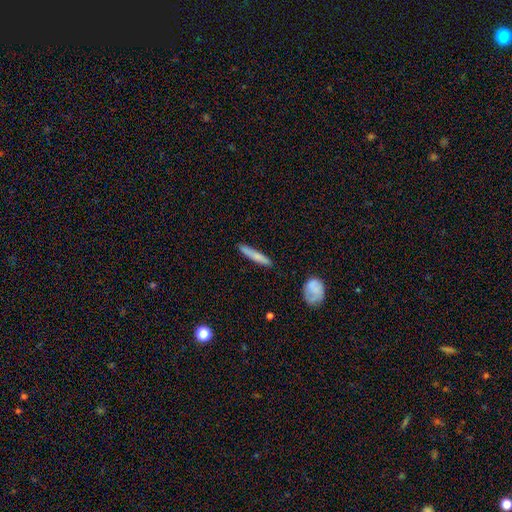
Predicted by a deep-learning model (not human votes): Q: Smooth or featured?
A: smooth (73%); runner-up: featured or disk (21%)
Q: How rounded?
A: cigar-shaped (92%); runner-up: in between (6%)
Q: Merging?
A: none (87%); runner-up: minor disturbance (10%)